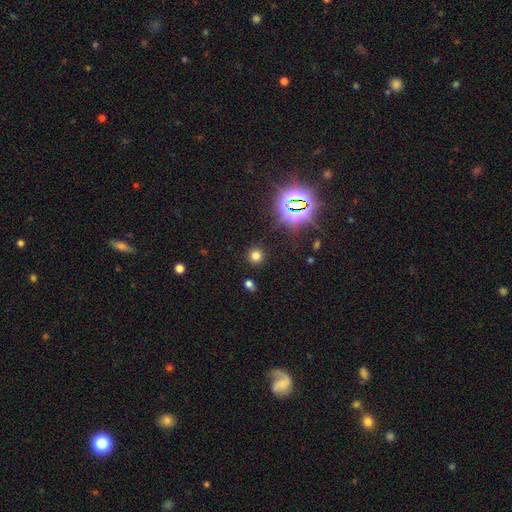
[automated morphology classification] A smooth galaxy with no disk features (70%) that is round (91%). Merging: none (88%).